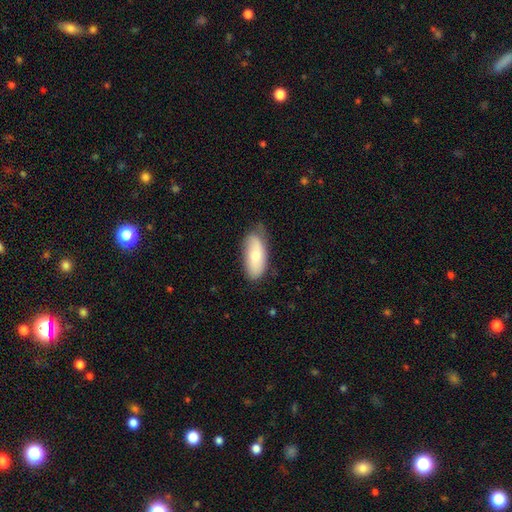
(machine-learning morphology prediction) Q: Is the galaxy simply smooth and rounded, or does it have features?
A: smooth — 70%.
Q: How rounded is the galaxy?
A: in between — 86%.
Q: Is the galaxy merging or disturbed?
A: none — 62%.